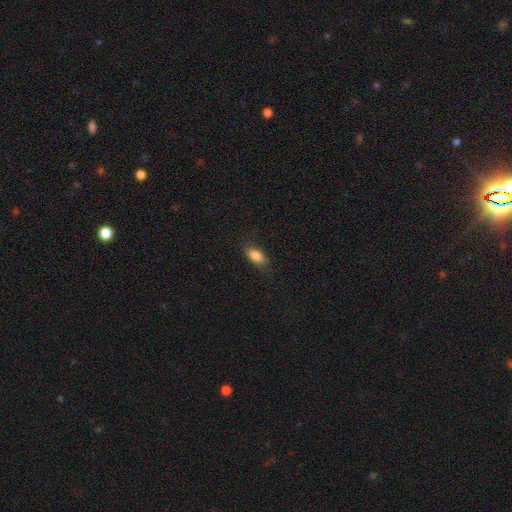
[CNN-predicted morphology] type=smooth (85%); roundness=in between (86%); merging=none (82%).